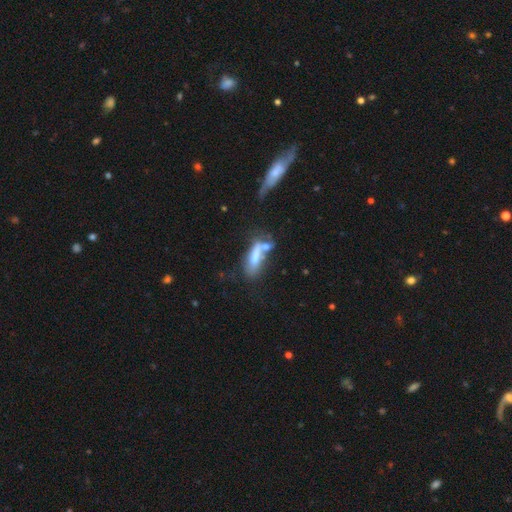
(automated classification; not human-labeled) The model was most divided on "how rounded": in between: 51%, cigar-shaped: 46%, round: 3%. Remaining: smooth or featured — smooth (60%); merging — merger (40%).